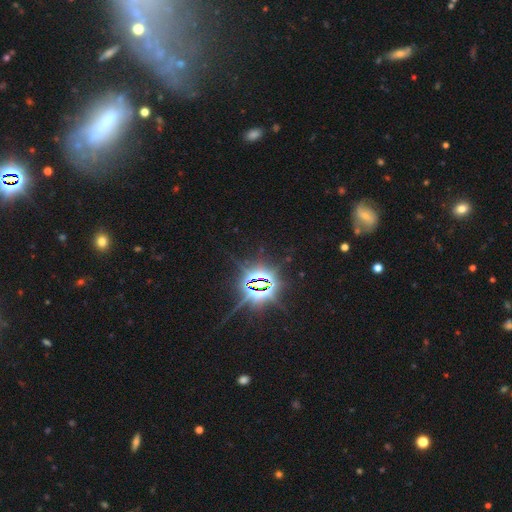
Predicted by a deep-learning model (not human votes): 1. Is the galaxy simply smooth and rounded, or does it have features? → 79% star or artifact, 11% smooth, 10% featured or disk.